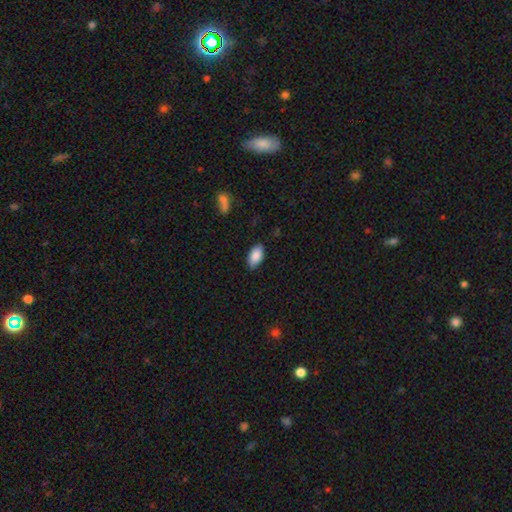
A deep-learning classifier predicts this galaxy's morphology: Smooth or featured?
  - smooth: 88% *
  - star or artifact: 7%
  - featured or disk: 5%
How rounded?
  - in between: 94% *
  - round: 3%
  - cigar-shaped: 3%
Merging?
  - none: 83% *
  - minor disturbance: 13%
  - major disturbance: 2%
  - merger: 1%